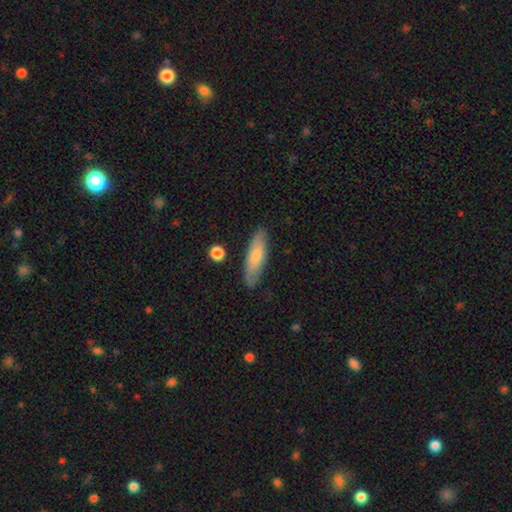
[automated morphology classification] A smooth galaxy with no disk features (70%) that is cigar-shaped (59%). Merging: none (85%).